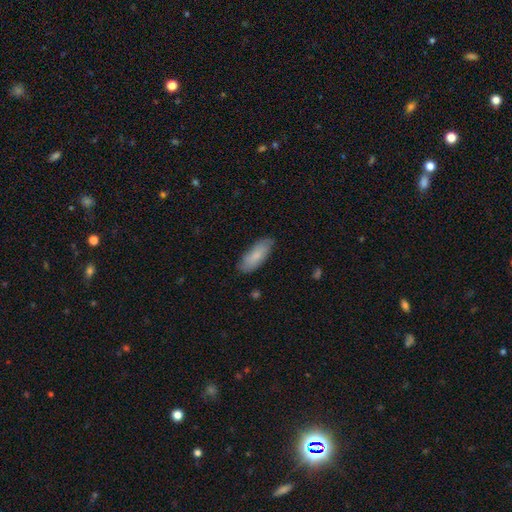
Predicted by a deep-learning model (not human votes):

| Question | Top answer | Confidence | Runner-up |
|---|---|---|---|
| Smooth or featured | smooth | 79% | featured or disk (15%) |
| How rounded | in between | 74% | cigar-shaped (24%) |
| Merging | none | 81% | minor disturbance (15%) |